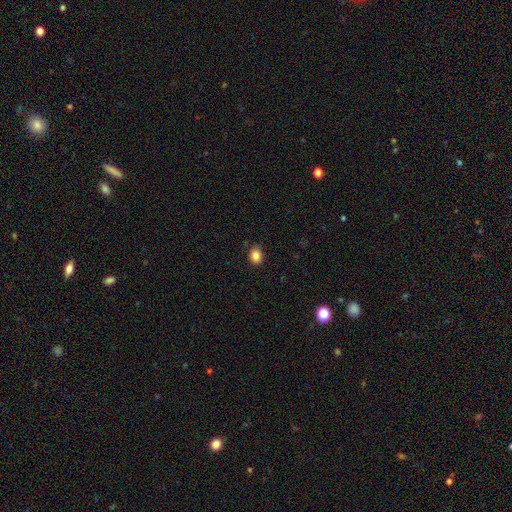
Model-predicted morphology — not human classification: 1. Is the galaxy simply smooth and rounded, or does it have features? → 85% smooth, 10% star or artifact, 5% featured or disk.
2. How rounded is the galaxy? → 58% in between, 41% round, 1% cigar-shaped.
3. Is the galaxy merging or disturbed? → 85% none, 12% minor disturbance, 2% major disturbance, 1% merger.